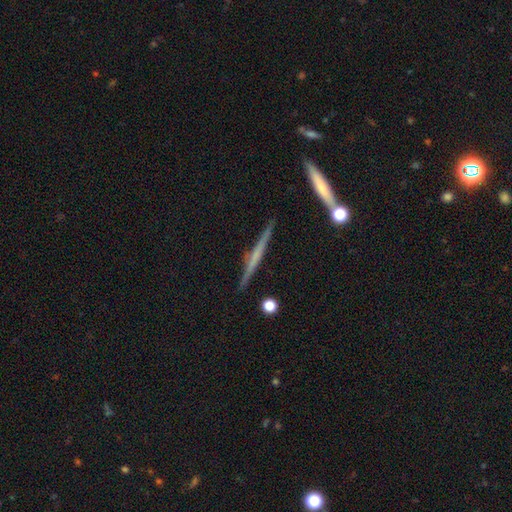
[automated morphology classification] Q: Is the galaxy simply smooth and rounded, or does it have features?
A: featured or disk — 65%.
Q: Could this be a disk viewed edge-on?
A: yes — 97%.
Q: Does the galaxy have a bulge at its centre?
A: none — 67%.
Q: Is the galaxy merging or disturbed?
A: none — 86%.